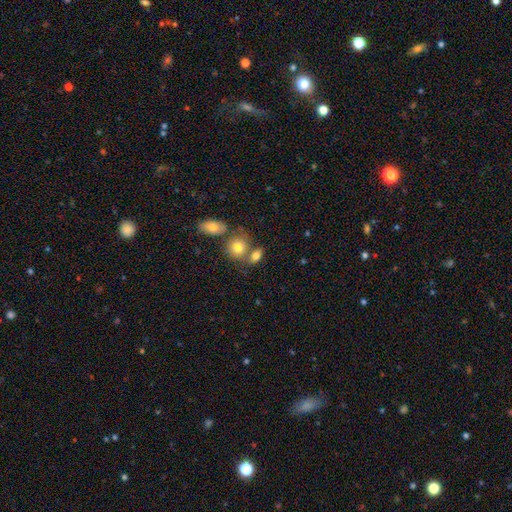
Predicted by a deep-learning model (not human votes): This is likely a smooth galaxy (78%). How rounded: likely in between (67%). Merging: marginally none (45%).